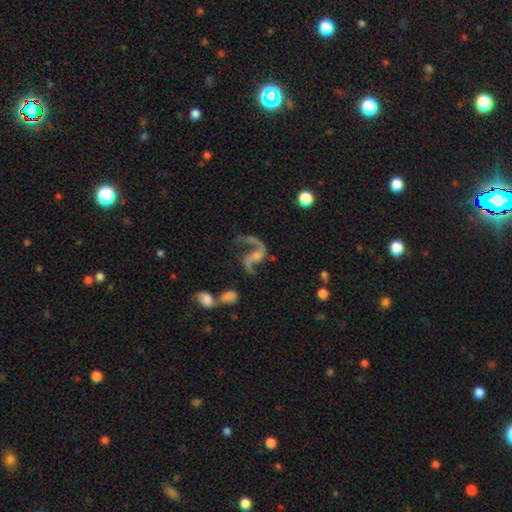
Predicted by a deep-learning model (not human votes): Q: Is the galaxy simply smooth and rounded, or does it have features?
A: featured or disk — 89%.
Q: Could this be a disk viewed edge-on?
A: no — 97%.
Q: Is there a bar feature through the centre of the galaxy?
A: no — 49%.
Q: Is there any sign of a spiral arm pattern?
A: yes — 96%.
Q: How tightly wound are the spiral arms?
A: loose — 76%.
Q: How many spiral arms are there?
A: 2 — 89%.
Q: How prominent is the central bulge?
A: small — 48%.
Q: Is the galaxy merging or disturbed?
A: none — 57%.